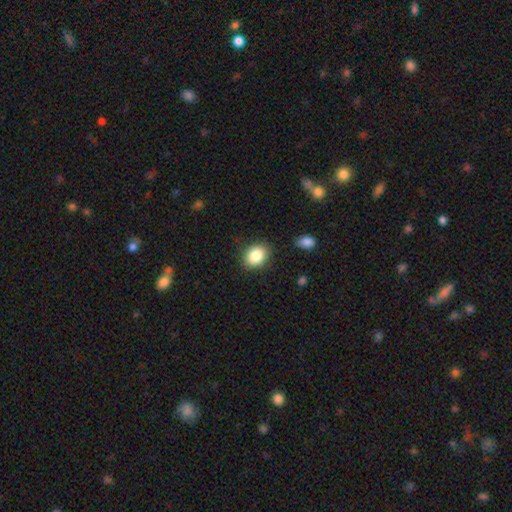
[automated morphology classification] A smooth galaxy with no disk features (86%) that is in between round and cigar-shaped (64%). Merging: none (84%).